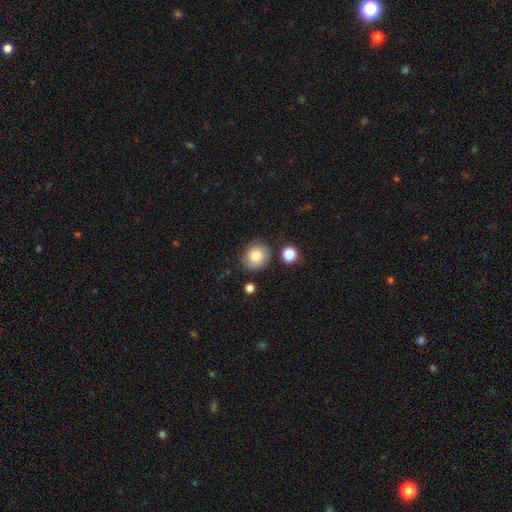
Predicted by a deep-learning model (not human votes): Overall: smooth (80%). How rounded: round (83%). Merging: none (77%).